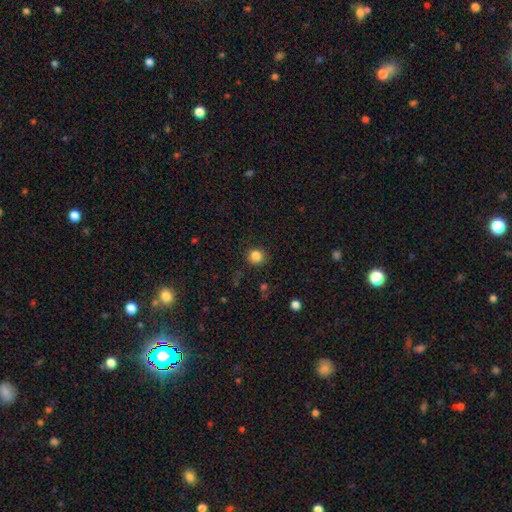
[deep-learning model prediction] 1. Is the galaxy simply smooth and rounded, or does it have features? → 84% smooth, 11% star or artifact, 5% featured or disk.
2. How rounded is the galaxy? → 89% round, 10% in between, 1% cigar-shaped.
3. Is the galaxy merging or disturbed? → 88% none, 8% minor disturbance, 3% major disturbance, 1% merger.